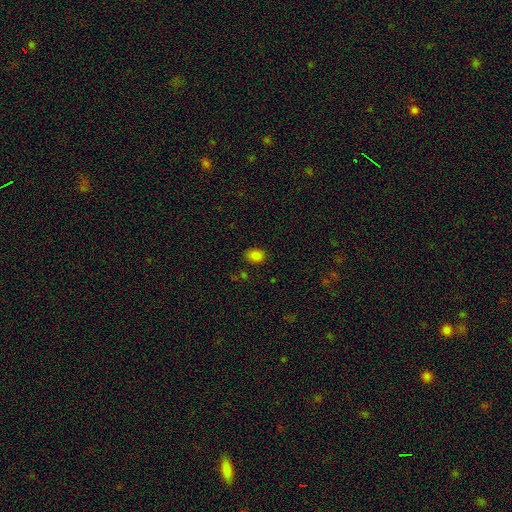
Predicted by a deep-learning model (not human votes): Smooth or featured?
  - smooth: 82% *
  - star or artifact: 14%
  - featured or disk: 4%
How rounded?
  - in between: 71% *
  - round: 28%
  - cigar-shaped: 1%
Merging?
  - none: 82% *
  - minor disturbance: 13%
  - major disturbance: 3%
  - merger: 2%